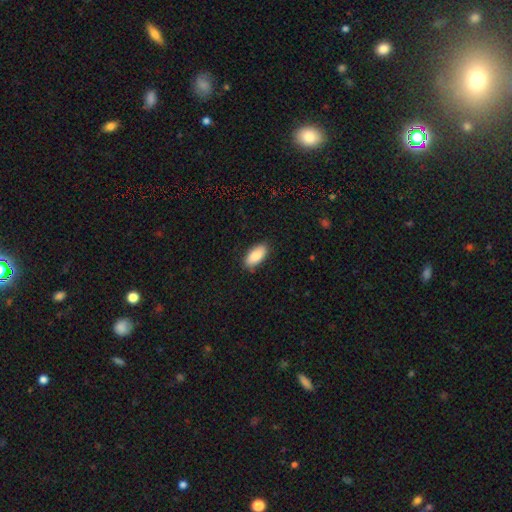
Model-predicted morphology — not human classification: A smooth galaxy with no disk features (85%) that is in between round and cigar-shaped (91%).

Vote fractions:
- Smooth or featured? smooth: 85% / featured or disk: 9% / star or artifact: 6%
- How rounded? in between: 91% / cigar-shaped: 7% / round: 2%
- Merging? none: 86% / minor disturbance: 11% / major disturbance: 2% / merger: 1%